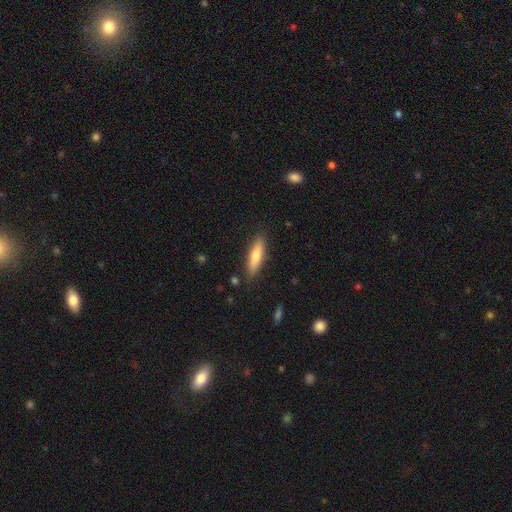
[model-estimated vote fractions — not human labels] Smooth or featured? smooth (70%)
How rounded? cigar-shaped (70%)
Merging? none (86%)